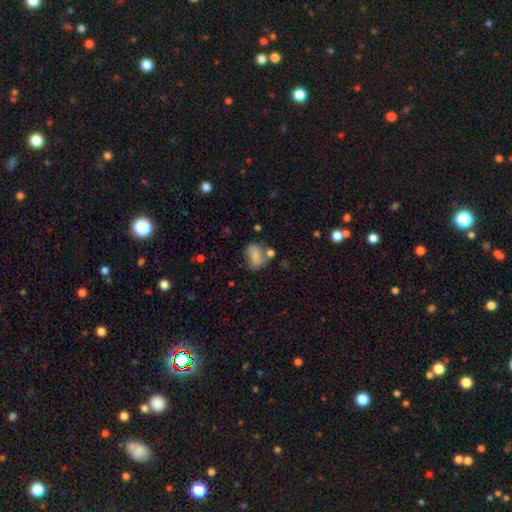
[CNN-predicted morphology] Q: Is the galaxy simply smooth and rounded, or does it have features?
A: smooth — 66%.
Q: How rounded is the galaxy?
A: in between — 72%.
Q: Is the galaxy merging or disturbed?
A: none — 45%.